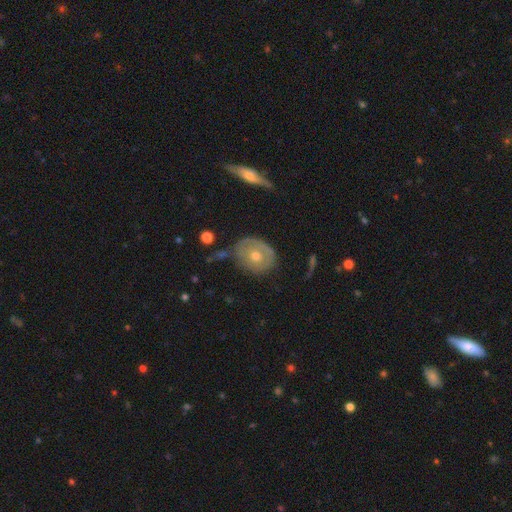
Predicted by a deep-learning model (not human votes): Morphology: type=featured or disk (48%); merging=none (61%).